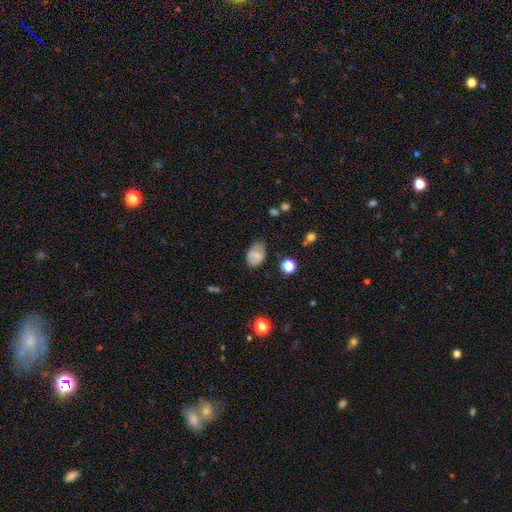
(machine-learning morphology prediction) This appears to be a smooth galaxy with no disk features (66%) that is in between round and cigar-shaped (81%). Merging: none (65%).